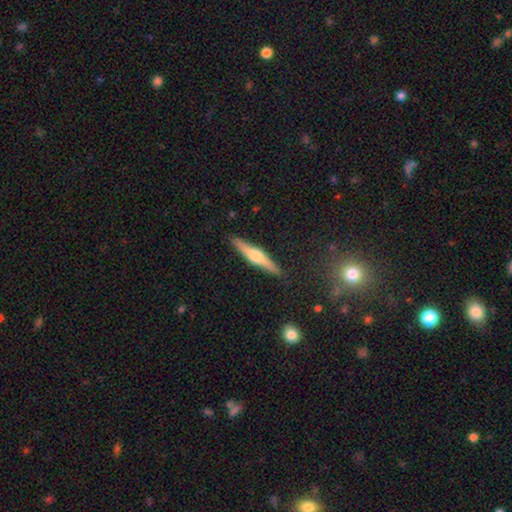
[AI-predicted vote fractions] This is likely a featured or disk galaxy (65%). It is clearly viewed edge-on (97%). Edge-on bulge: clearly rounded (89%). Merging: clearly none (89%).